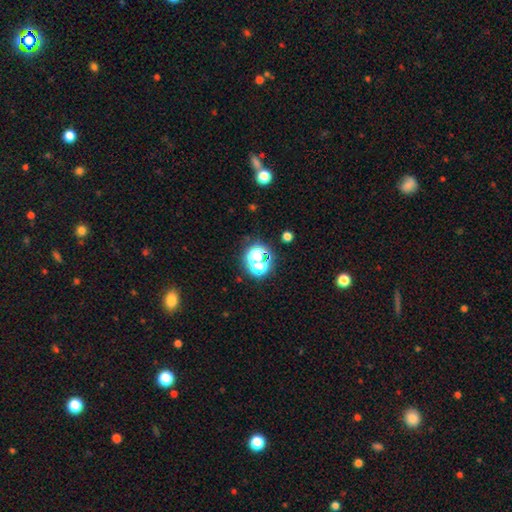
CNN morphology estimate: type=smooth (46%); merging=none (56%).